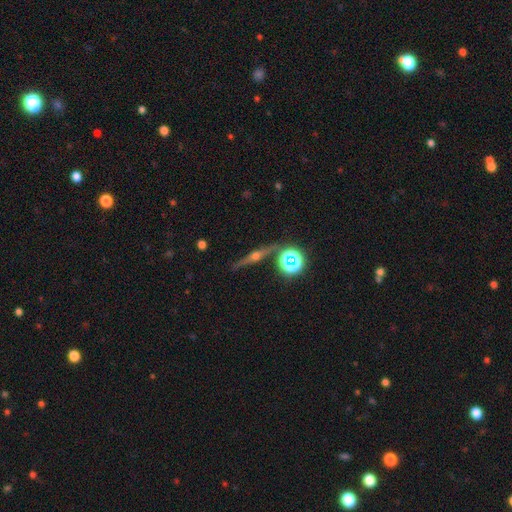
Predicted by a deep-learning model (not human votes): featured or disk 75%, star or artifact 13%, smooth 12%. Down the decision tree: edge-on disk — yes (95%); edge-on bulge — rounded (94%); merging — none (87%).